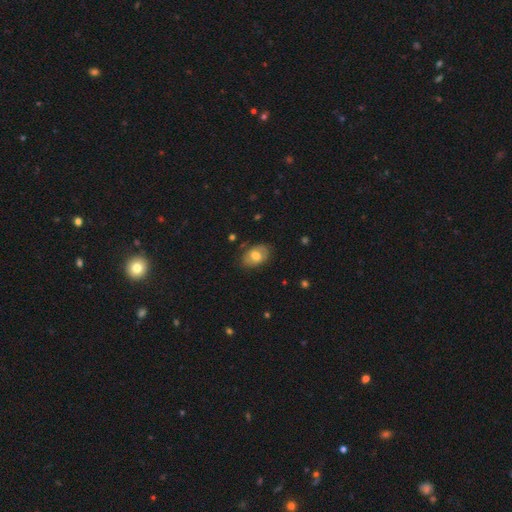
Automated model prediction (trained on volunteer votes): Smooth or featured?
  - smooth: 59% *
  - featured or disk: 34%
  - star or artifact: 7%
How rounded?
  - in between: 83% *
  - round: 15%
  - cigar-shaped: 1%
Merging?
  - none: 73% *
  - minor disturbance: 20%
  - major disturbance: 6%
  - merger: 1%